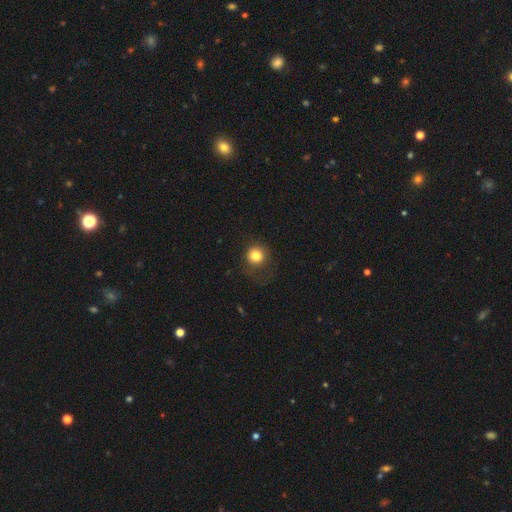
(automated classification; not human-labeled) smooth_or_featured: smooth (p=0.82) [alt: star or artifact p=0.12]
how_rounded: round (p=0.91) [alt: in between p=0.08]
merging: none (p=0.75) [alt: minor disturbance p=0.15]